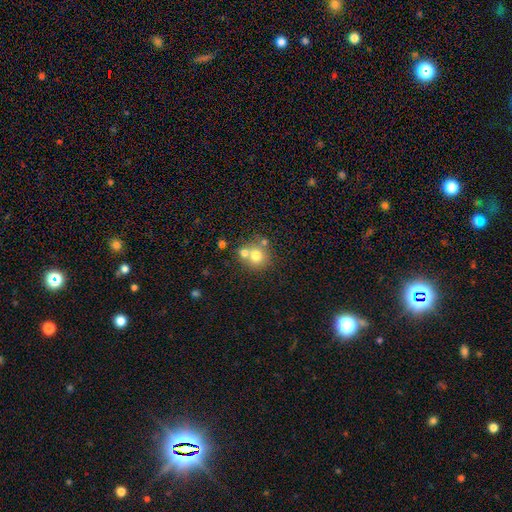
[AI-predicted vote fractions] The model was most divided on "merging": none: 51%, merger: 38%, minor disturbance: 8%, major disturbance: 3%. More confident: how rounded — round (87%); smooth or featured — smooth (71%).